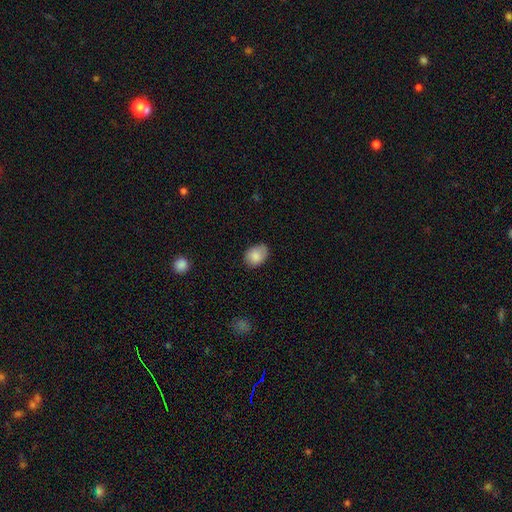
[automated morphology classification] type=smooth (85%); roundness=in between (70%); merging=none (76%).